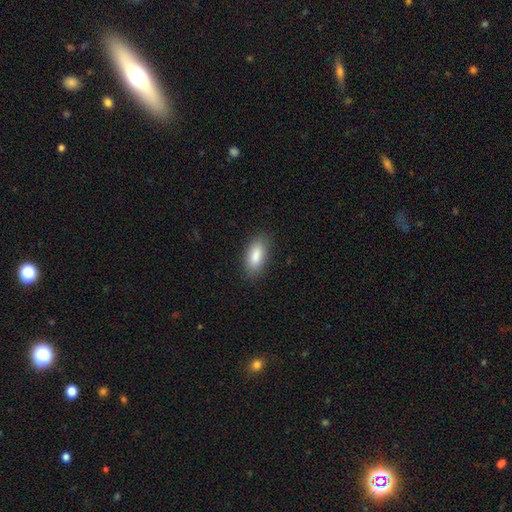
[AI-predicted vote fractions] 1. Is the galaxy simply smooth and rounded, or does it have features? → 87% smooth, 7% star or artifact, 7% featured or disk.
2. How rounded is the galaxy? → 86% in between, 12% cigar-shaped, 3% round.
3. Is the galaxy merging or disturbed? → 85% none, 11% minor disturbance, 3% major disturbance, 1% merger.